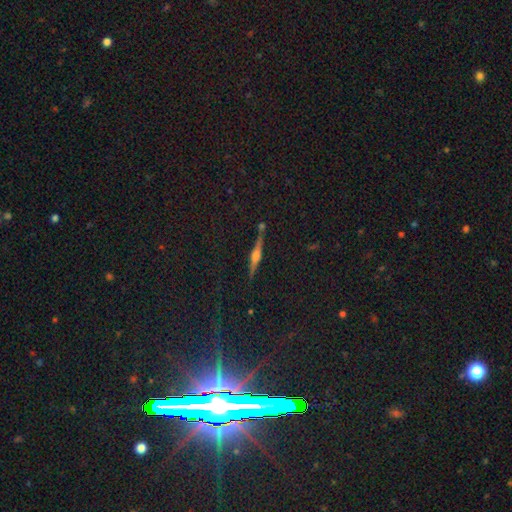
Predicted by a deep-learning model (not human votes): This is likely a featured or disk galaxy (73%). It is clearly viewed edge-on (97%). Edge-on bulge: clearly rounded (84%). Merging: clearly none (87%).